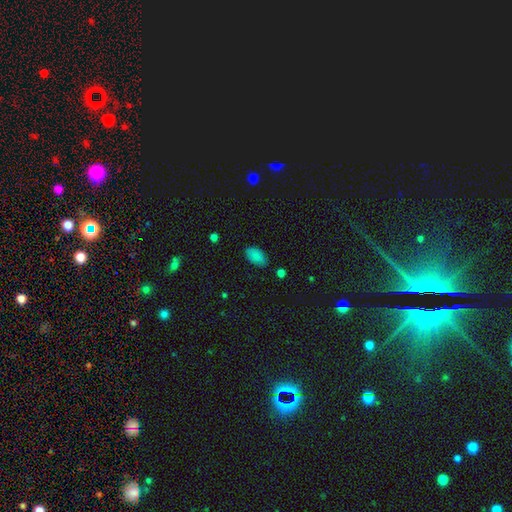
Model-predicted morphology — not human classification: A smooth galaxy with no disk features (85%) that is in between round and cigar-shaped (94%). Merging: none (82%).